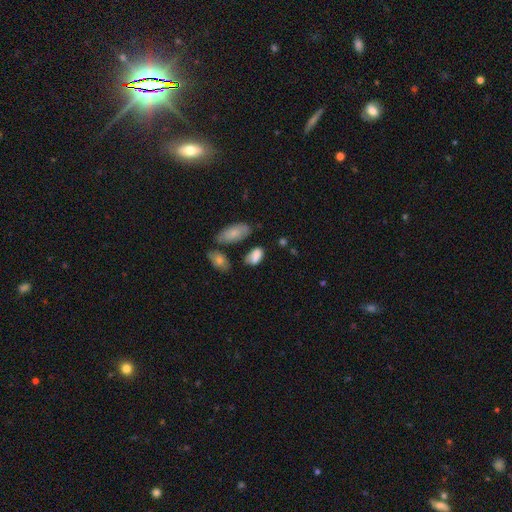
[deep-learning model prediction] Overall: smooth (78%). How rounded: in between (90%). Merging: none (51%; minor disturbance 27%).